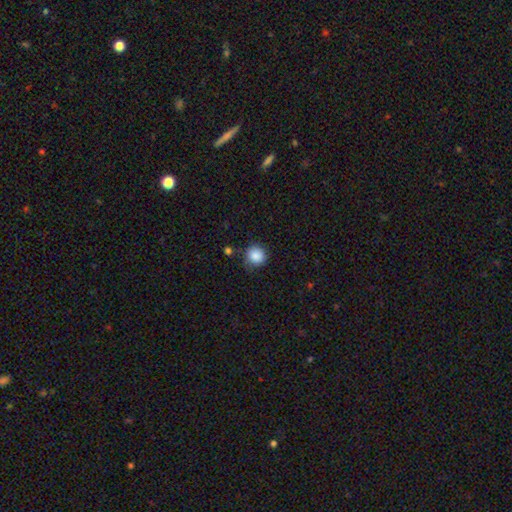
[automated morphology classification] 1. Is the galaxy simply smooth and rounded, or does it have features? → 87% smooth, 9% star or artifact, 4% featured or disk.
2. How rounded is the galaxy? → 90% round, 9% in between, 1% cigar-shaped.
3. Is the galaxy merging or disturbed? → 78% none, 15% minor disturbance, 4% major disturbance, 3% merger.